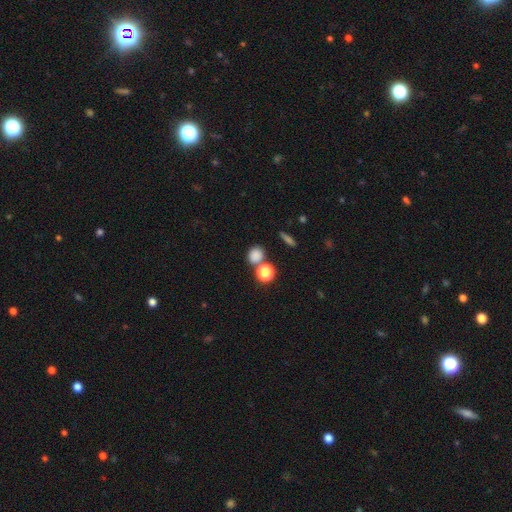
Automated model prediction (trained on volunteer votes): smooth 81%, star or artifact 13%, featured or disk 6%. Down the decision tree: how rounded — round (69%); merging — none (64%).